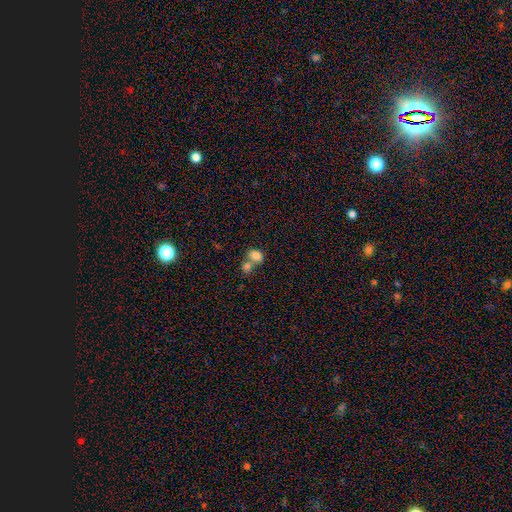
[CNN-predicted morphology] The model was most divided on "merging": merger: 57%, none: 31%, minor disturbance: 8%, major disturbance: 4%. More confident: smooth or featured — smooth (80%); how rounded — in between (70%).